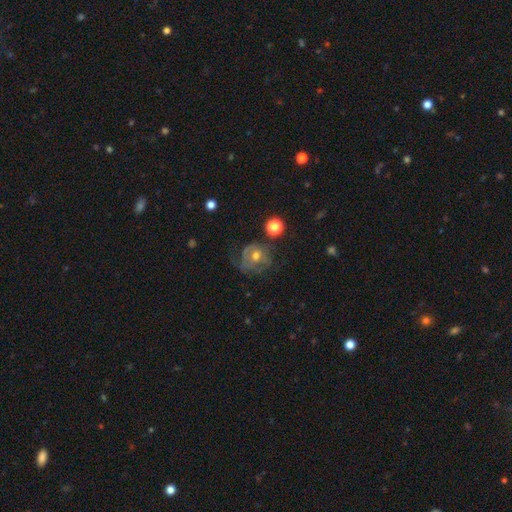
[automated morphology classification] Smooth or featured?
  - featured or disk: 53% *
  - smooth: 36%
  - star or artifact: 11%
Edge-on disk?
  - no: 97% *
  - yes: 3%
Bar?
  - no: 70% *
  - weak: 24%
  - strong: 6%
Spiral arms?
  - yes: 60% *
  - no: 40%
Bulge size?
  - moderate: 67% *
  - small: 25%
  - large: 5%
  - none: 2%
  - dominant: 1%
Merging?
  - none: 43% *
  - major disturbance: 29%
  - minor disturbance: 24%
  - merger: 4%